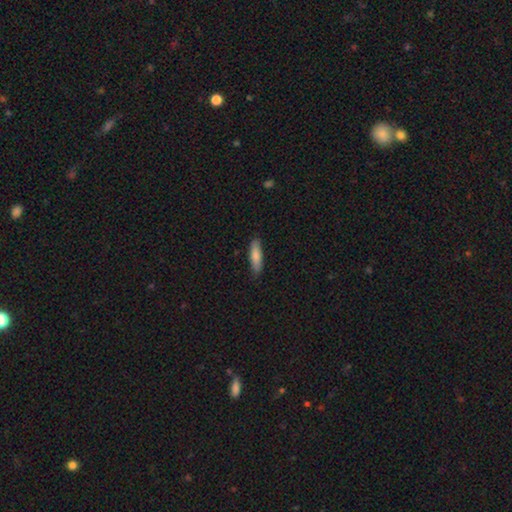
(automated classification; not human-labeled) Morphology: type=smooth (81%); roundness=cigar-shaped (66%); merging=none (84%).